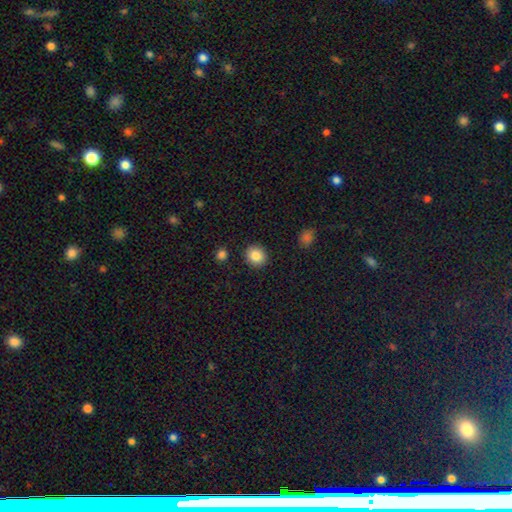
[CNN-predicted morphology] Smooth or featured? Predicted: smooth (p=0.85). How rounded? Predicted: round (p=0.81). Merging? Predicted: none (p=0.91).